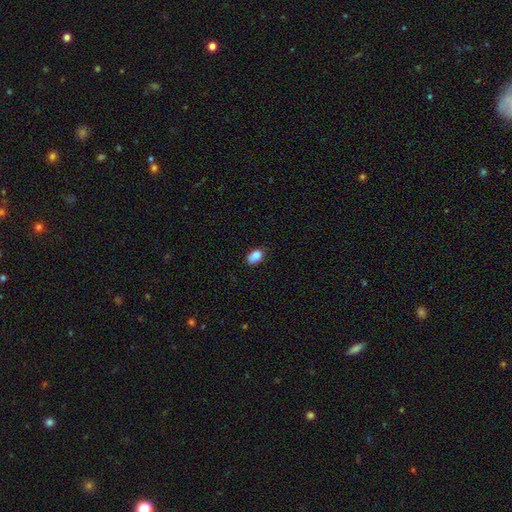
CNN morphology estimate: smooth_or_featured: smooth (p=0.85) [alt: star or artifact p=0.09]
how_rounded: in between (p=0.87) [alt: round p=0.12]
merging: none (p=0.66) [alt: minor disturbance p=0.27]